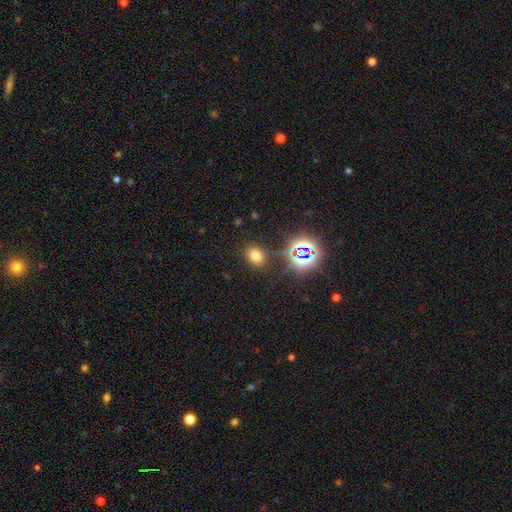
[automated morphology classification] A smooth galaxy with no disk features (65%) that is in between round and cigar-shaped (61%).

Vote fractions:
- Smooth or featured? smooth: 65% / star or artifact: 27% / featured or disk: 8%
- How rounded? in between: 61% / round: 38% / cigar-shaped: 1%
- Merging? none: 78% / minor disturbance: 12% / major disturbance: 5% / merger: 5%